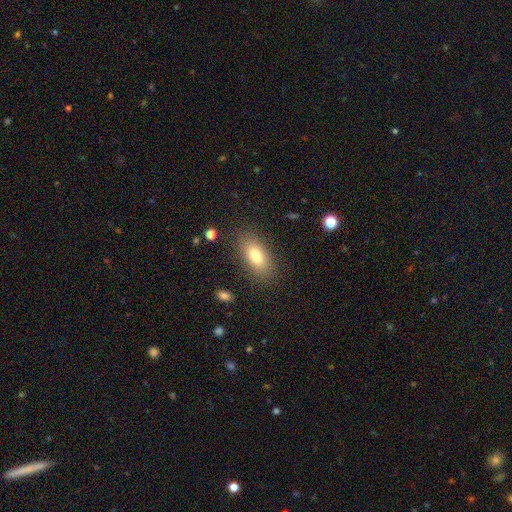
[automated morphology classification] This appears to be a smooth galaxy with no disk features (77%) that is in between round and cigar-shaped (88%). Merging: none (84%).